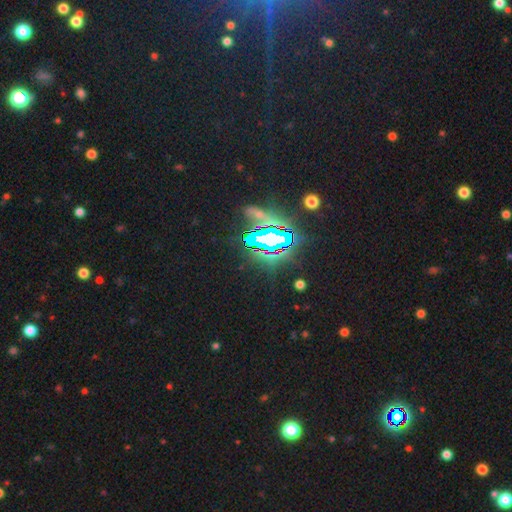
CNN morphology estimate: smooth_or_featured: star or artifact (p=0.81) [alt: smooth p=0.11]